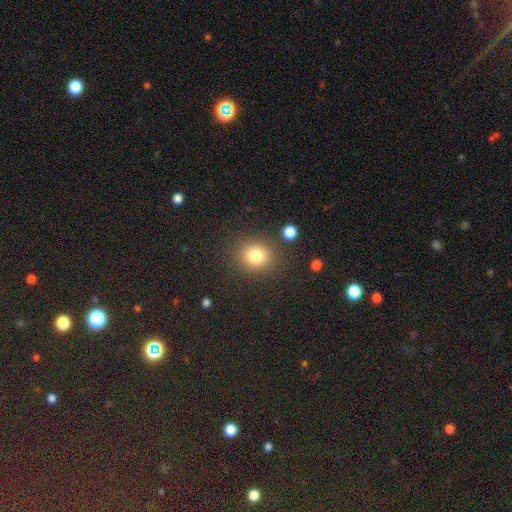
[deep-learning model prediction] Overall: smooth (80%). How rounded: round (75%). Merging: none (84%).